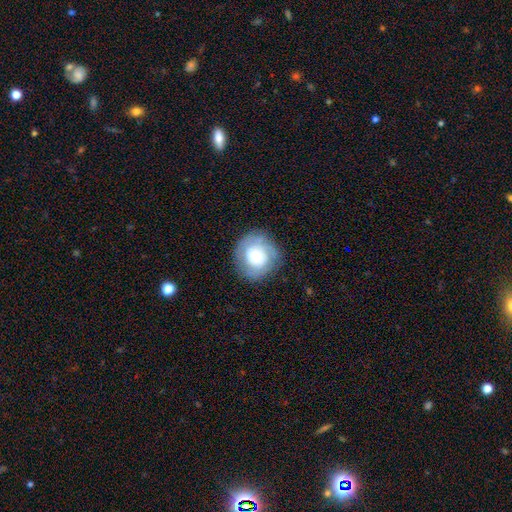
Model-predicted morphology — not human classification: A featured or disk galaxy (50%). Merging: none (78%).